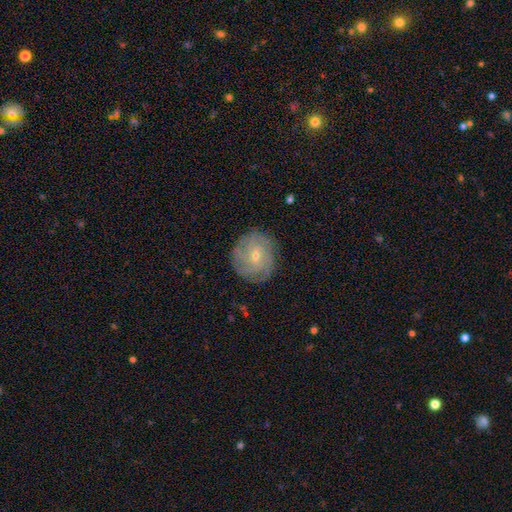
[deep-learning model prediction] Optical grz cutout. It shows a featured or disk galaxy (70%) with no bar (65%), tight (70%) spiral arms (91%) and a small central bulge (68%). Merging: none (84%).